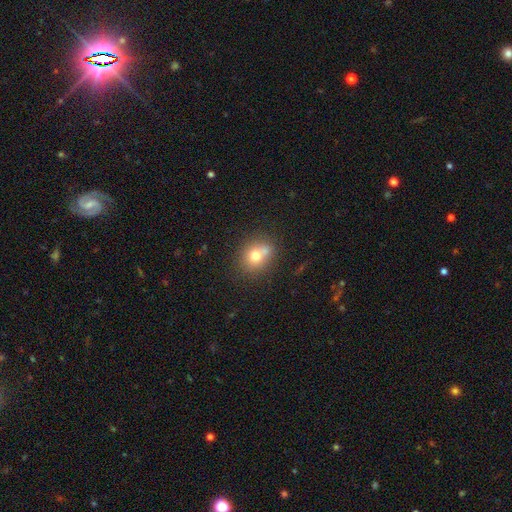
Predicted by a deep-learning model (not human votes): Overall: smooth (70%). How rounded: round (68%; in between 31%). Merging: none (52%; merger 29%).